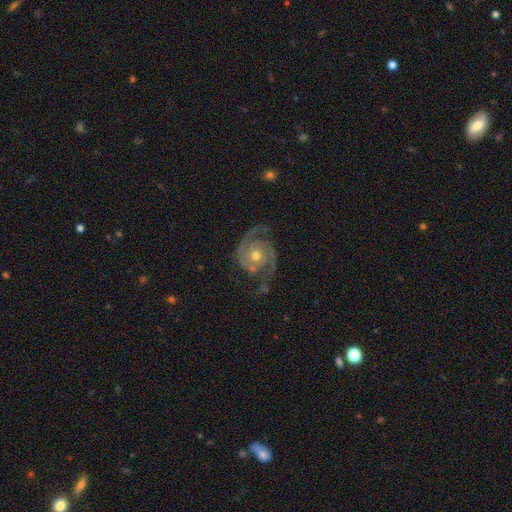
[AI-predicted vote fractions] Morphology: type=featured or disk (92%); edge-on=no (98%); bar=no (78%); spiral arms=yes (98%); winding=medium (46%); arm count=2 (91%); bulge=moderate (60%); merging=none (76%).